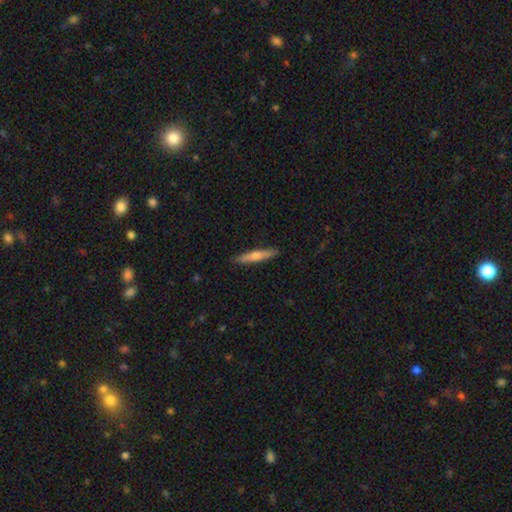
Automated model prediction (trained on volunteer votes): smooth 48%, featured or disk 46%, star or artifact 6%. Down the decision tree: merging — none (91%).